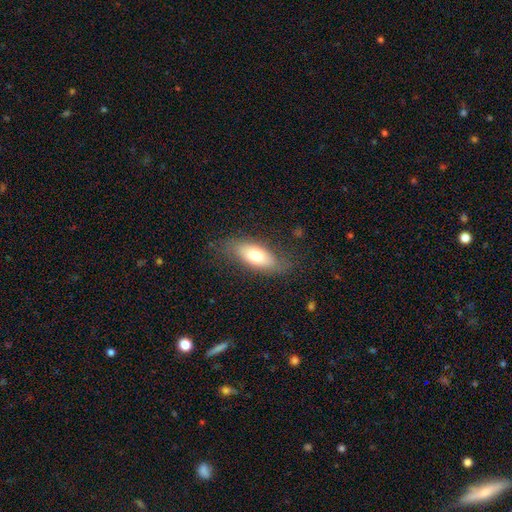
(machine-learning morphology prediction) A smooth galaxy with no disk features (70%) that is in between round and cigar-shaped (78%). Merging: none (77%).